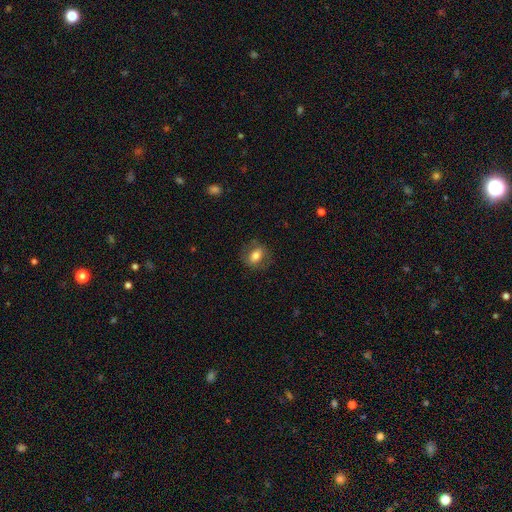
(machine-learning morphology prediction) The model was most divided on "how rounded": in between: 66%, round: 32%, cigar-shaped: 3%. More confident: merging — none (77%); smooth or featured — smooth (66%).